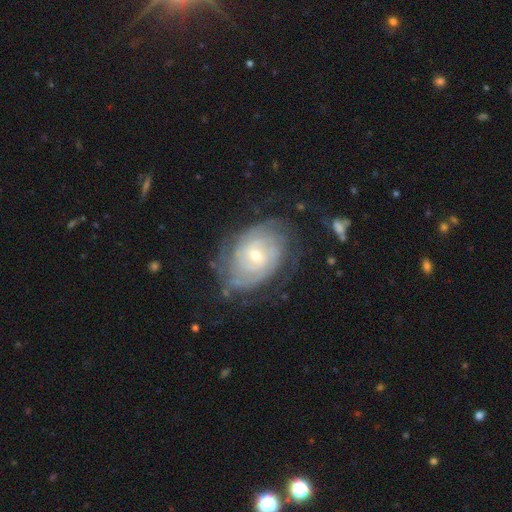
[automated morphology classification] A featured or disk galaxy (85%) with no bar (62%), tight (78%) spiral arms (95%) and a small central bulge (59%).

Vote fractions:
- Smooth or featured? featured or disk: 85% / smooth: 10% / star or artifact: 5%
- Edge-on disk? no: 97% / yes: 3%
- Bar? no: 62% / weak: 32% / strong: 7%
- Spiral arms? yes: 95% / no: 5%
- Spiral winding? tight: 78% / medium: 17% / loose: 4%
- Spiral arm count? can't tell: 40% / 2: 23% / 3: 15% / 4: 11% / more than 4: 6% / 1: 5%
- Bulge size? small: 59% / moderate: 38% / large: 1% / none: 1% / dominant: 1%
- Merging? none: 72% / minor disturbance: 19% / major disturbance: 8% / merger: 2%